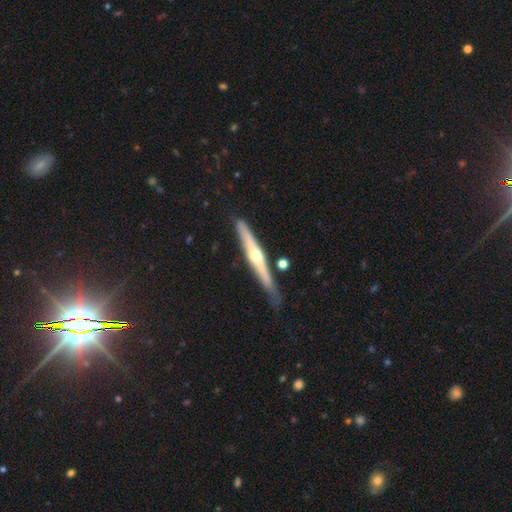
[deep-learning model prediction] smooth-or-featured: featured or disk: 70% | smooth: 23% | star or artifact: 6%
  disk-edge-on: yes: 96% | no: 4%
    edge-on-bulge: rounded: 85% | none: 11% | boxy: 4%
  merging: none: 79% | minor disturbance: 15% | merger: 3% | major disturbance: 3%